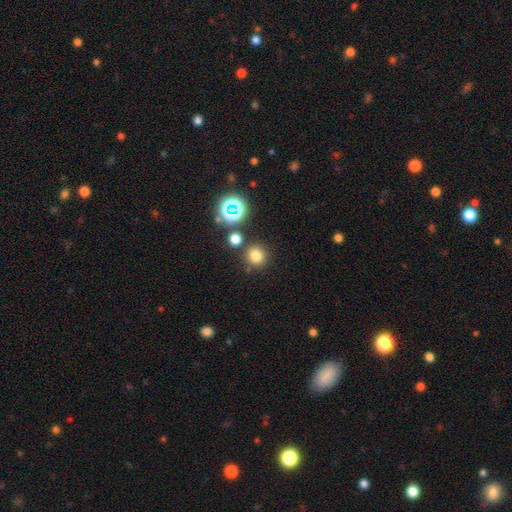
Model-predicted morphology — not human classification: Smooth or featured? smooth (74%)
How rounded? round (91%)
Merging? none (81%)